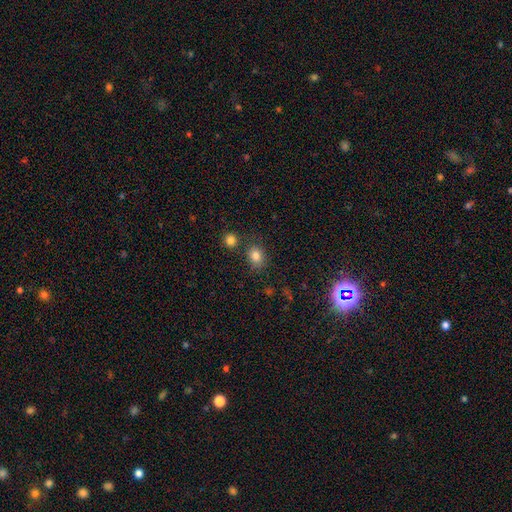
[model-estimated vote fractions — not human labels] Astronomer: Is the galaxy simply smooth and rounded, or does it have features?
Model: smooth — 82%.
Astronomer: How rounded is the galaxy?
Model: round — 54% (runner-up: in between, 45%).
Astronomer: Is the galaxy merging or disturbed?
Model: none — 74%.